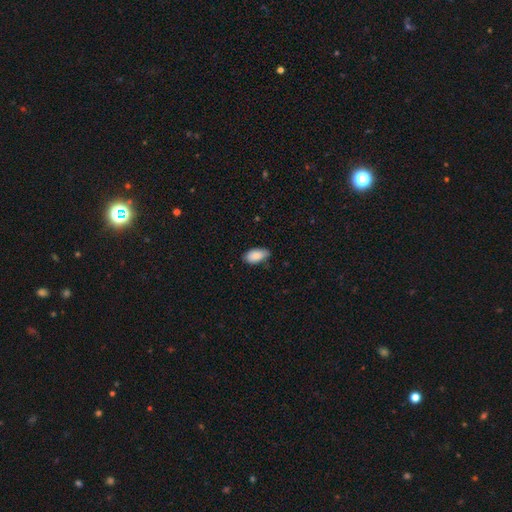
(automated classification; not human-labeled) Smooth or featured? smooth (86%)
How rounded? in between (94%)
Merging? none (75%)